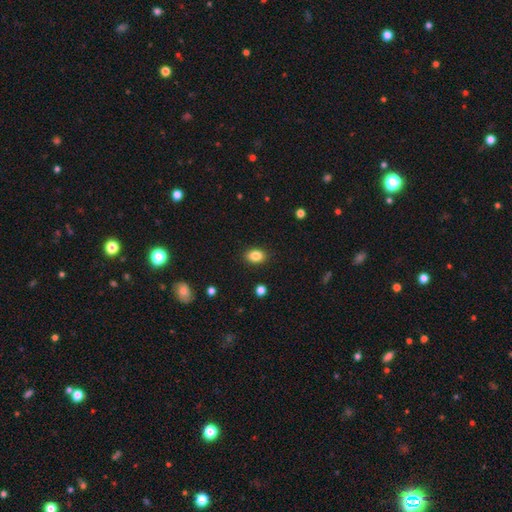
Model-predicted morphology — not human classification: Smooth or featured? Predicted: smooth (p=0.85). How rounded? Predicted: in between (p=0.79). Merging? Predicted: none (p=0.88).